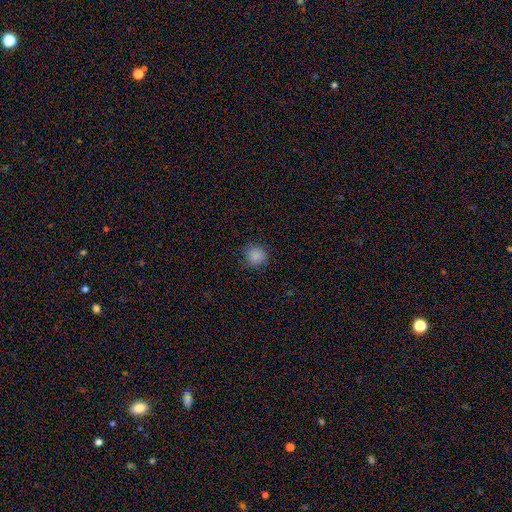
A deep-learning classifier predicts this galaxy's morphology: This is clearly a smooth galaxy (85%). How rounded: clearly round (91%). Merging: clearly none (84%).